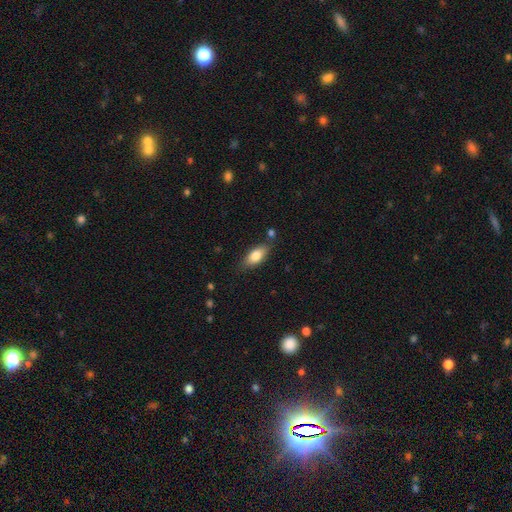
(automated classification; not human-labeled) Overall: smooth (78%). How rounded: in between (84%). Merging: none (75%).